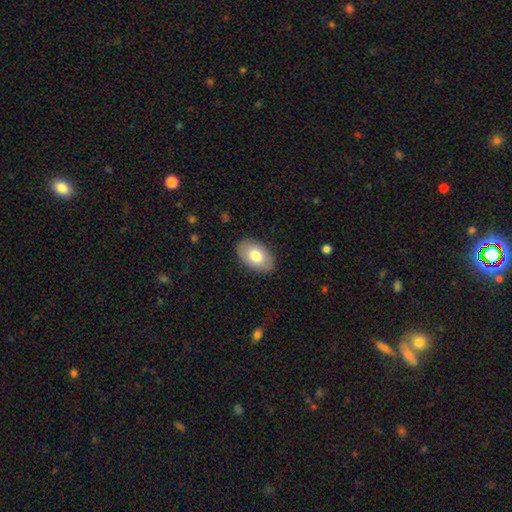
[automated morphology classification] Q: Smooth or featured?
A: smooth (77%); runner-up: featured or disk (17%)
Q: How rounded?
A: in between (92%); runner-up: round (7%)
Q: Merging?
A: none (87%); runner-up: minor disturbance (10%)